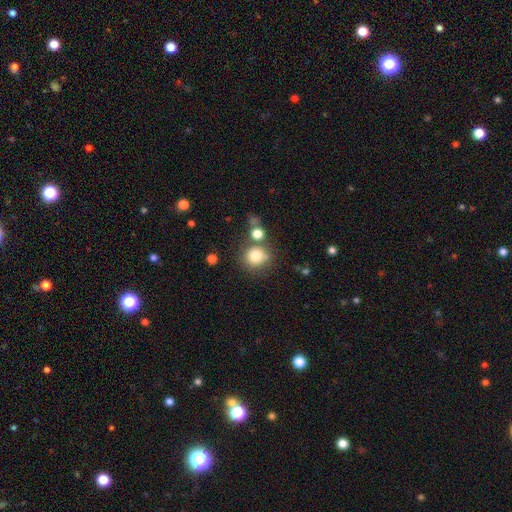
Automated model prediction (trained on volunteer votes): Smooth or featured?
  - smooth: 80% *
  - star or artifact: 12%
  - featured or disk: 9%
How rounded?
  - round: 88% *
  - in between: 11%
  - cigar-shaped: 1%
Merging?
  - none: 65% *
  - merger: 17%
  - minor disturbance: 13%
  - major disturbance: 5%